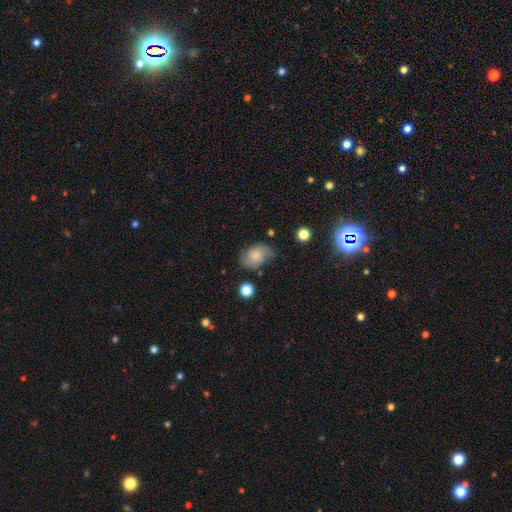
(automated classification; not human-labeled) The model was most divided on "smooth or featured": smooth: 57%, featured or disk: 33%, star or artifact: 10%. More confident: how rounded — in between (75%); merging — none (58%).